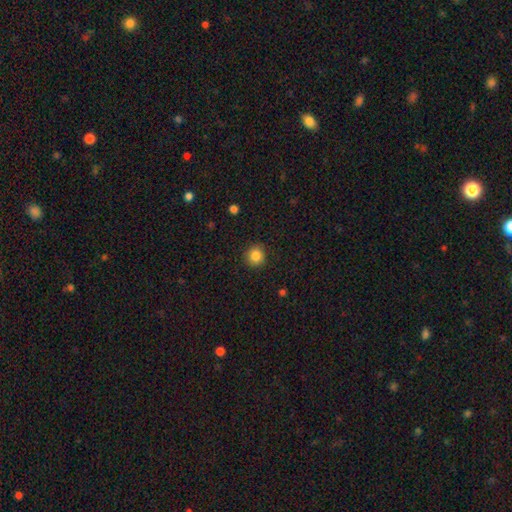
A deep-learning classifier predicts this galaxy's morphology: smooth 85%, star or artifact 11%, featured or disk 5%. Down the decision tree: how rounded — round (91%); merging — none (91%).